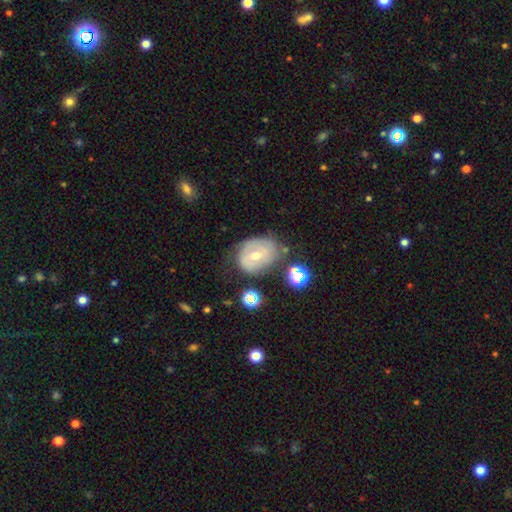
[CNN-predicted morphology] smooth-or-featured: featured or disk: 54% | smooth: 35% | star or artifact: 11%
  disk-edge-on: no: 95% | yes: 5%
    bar: no: 50% | weak: 39% | strong: 12%
    has-spiral-arms: yes: 58% | no: 42%
    bulge-size: moderate: 59% | small: 36% | large: 2% | none: 1% | dominant: 1%
  merging: none: 53% | minor disturbance: 28% | major disturbance: 12% | merger: 6%